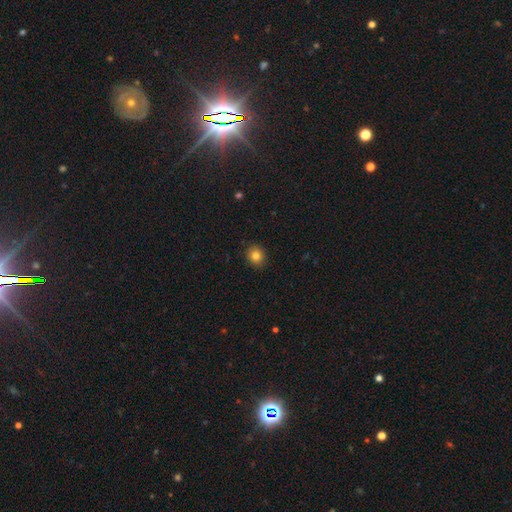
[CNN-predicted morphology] type=smooth (82%); roundness=round (75%); merging=none (90%).